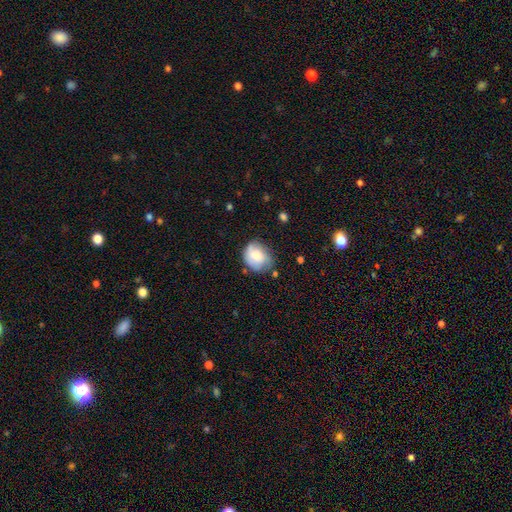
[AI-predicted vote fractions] A smooth galaxy with no disk features (71%) that is round (61%). Merging: none (59%).